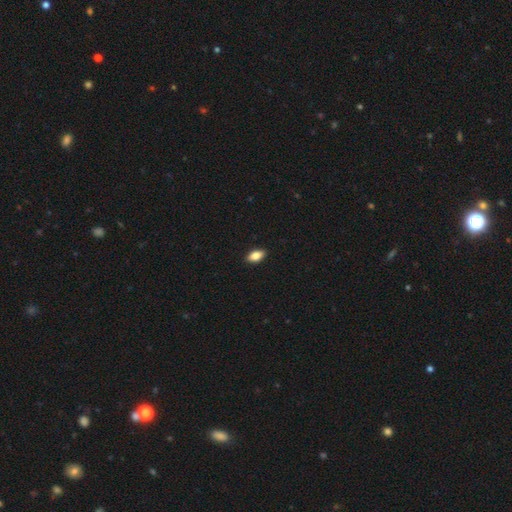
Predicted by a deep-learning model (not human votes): Overall: smooth (84%). How rounded: in between (91%). Merging: none (91%).